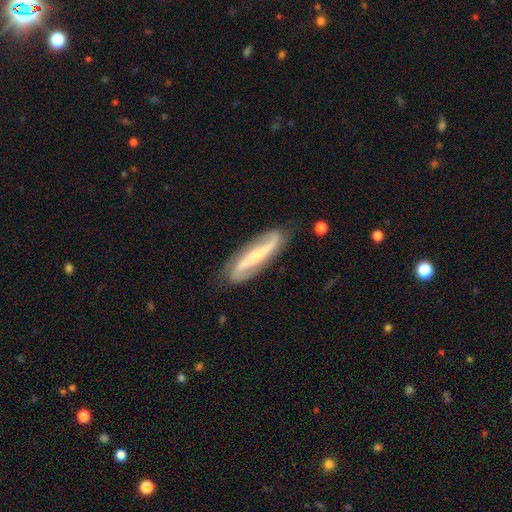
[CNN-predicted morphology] Overall: featured or disk (82%). Edge-on disk: no (81%). Bar: strong (54%; weak 24%). Spiral arms: yes (95%). Spiral arm count: 2 (91%). Spiral winding: loose (52%; medium 32%). Bulge size: small (58%; moderate 32%). Merging: none (80%).